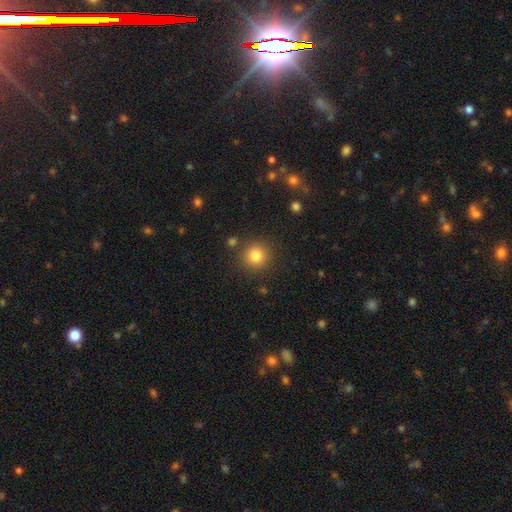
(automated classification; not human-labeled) A smooth galaxy with no disk features (83%) that is round (92%).

Vote fractions:
- Smooth or featured? smooth: 83% / star or artifact: 11% / featured or disk: 6%
- How rounded? round: 92% / in between: 7% / cigar-shaped: 1%
- Merging? none: 86% / minor disturbance: 8% / merger: 3% / major disturbance: 3%